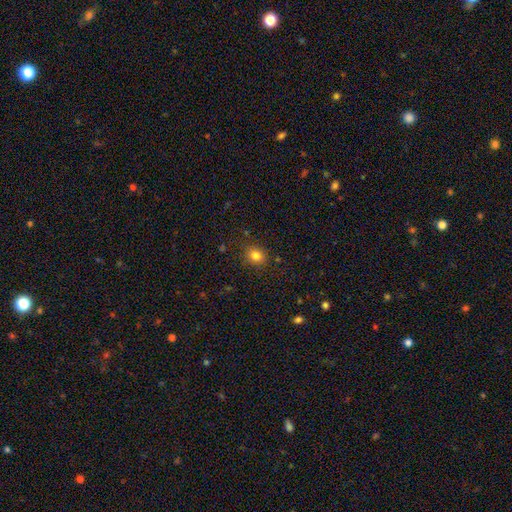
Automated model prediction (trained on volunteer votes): A smooth galaxy with no disk features (81%) that is round (68%).

Vote fractions:
- Smooth or featured? smooth: 81% / star or artifact: 13% / featured or disk: 6%
- How rounded? round: 68% / in between: 31% / cigar-shaped: 1%
- Merging? none: 85% / minor disturbance: 10% / major disturbance: 3% / merger: 2%